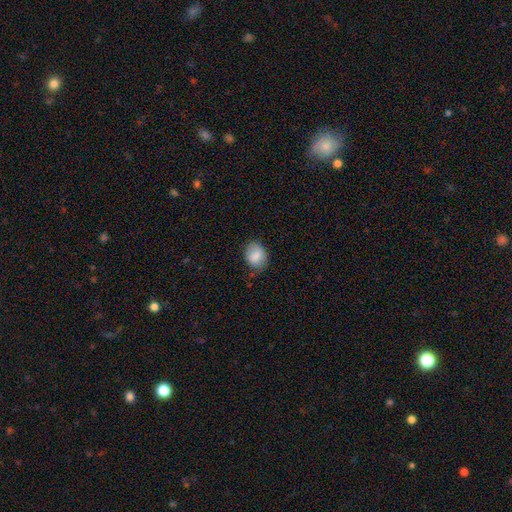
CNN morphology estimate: This appears to be a smooth galaxy with no disk features (85%) that is in between round and cigar-shaped (54%). Merging: none (69%).